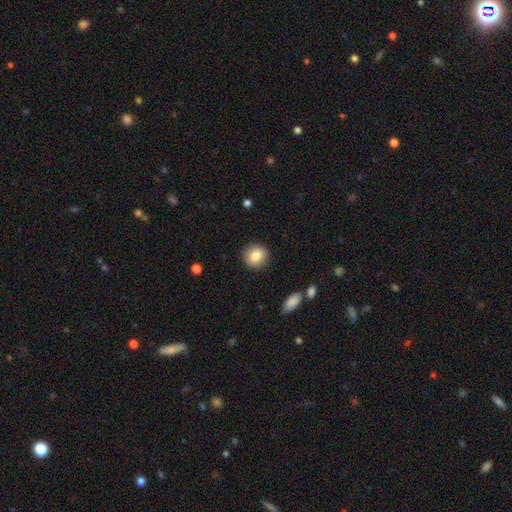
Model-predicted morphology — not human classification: Overall: smooth (84%). How rounded: round (87%). Merging: none (90%).